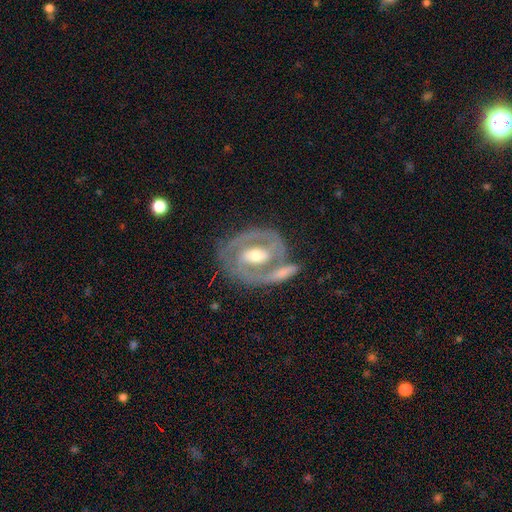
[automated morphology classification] A featured or disk galaxy (81%) with a strong bar (41%), 2 (70%) tight (56%) spiral arms (77%) and a moderate central bulge (68%). Merging: none (59%).